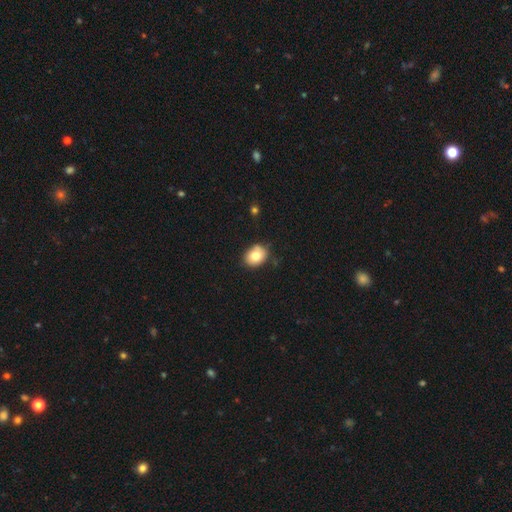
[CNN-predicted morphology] This appears to be a smooth galaxy with no disk features (77%) that is in between round and cigar-shaped (52%). Merging: none (77%).